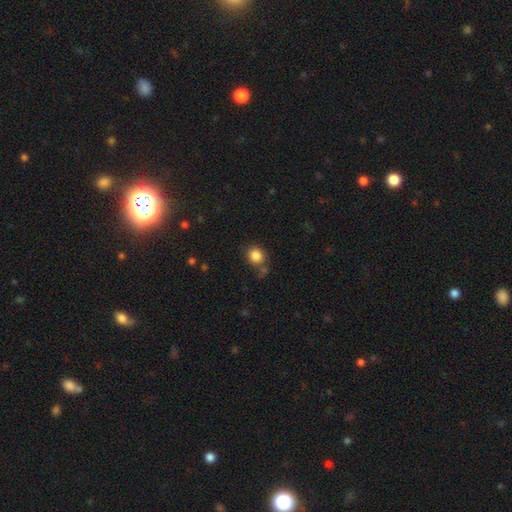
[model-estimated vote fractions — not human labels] Smooth or featured? smooth (84%)
How rounded? round (83%)
Merging? none (74%)